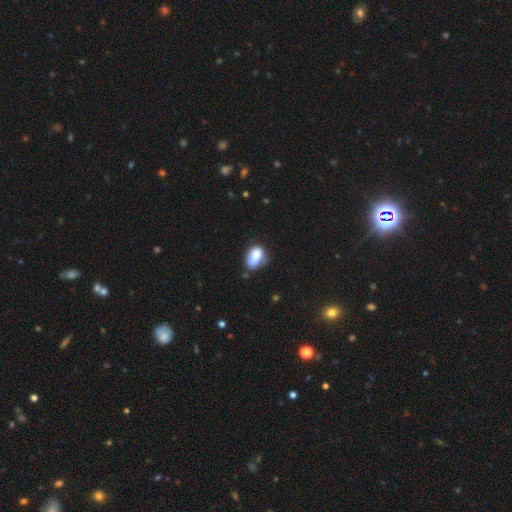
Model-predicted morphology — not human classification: smooth 79%, featured or disk 12%, star or artifact 9%. Down the decision tree: how rounded — in between (86%); merging — none (41%).